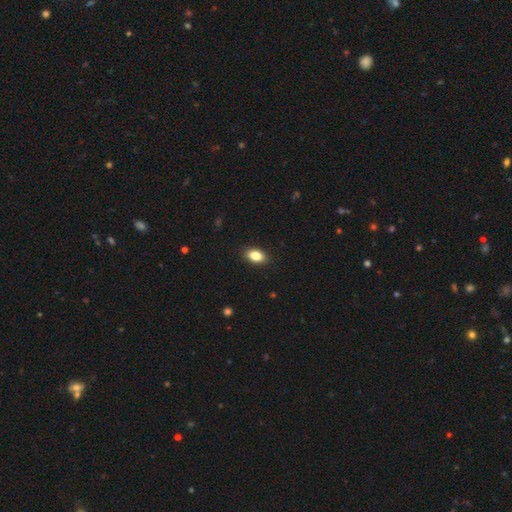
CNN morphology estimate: Smooth or featured? smooth (84%)
How rounded? in between (89%)
Merging? none (89%)